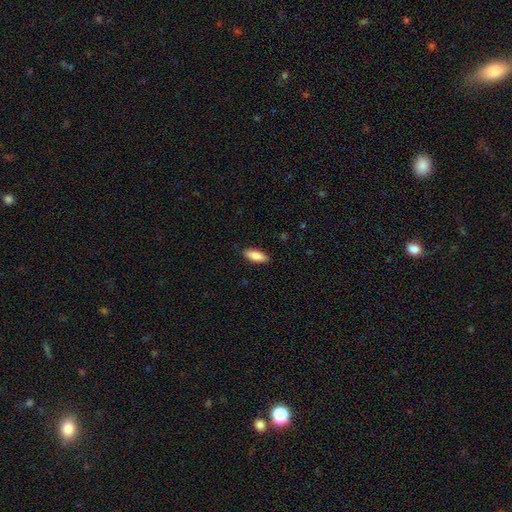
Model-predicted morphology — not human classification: Smooth or featured? smooth (84%)
How rounded? in between (73%)
Merging? none (88%)